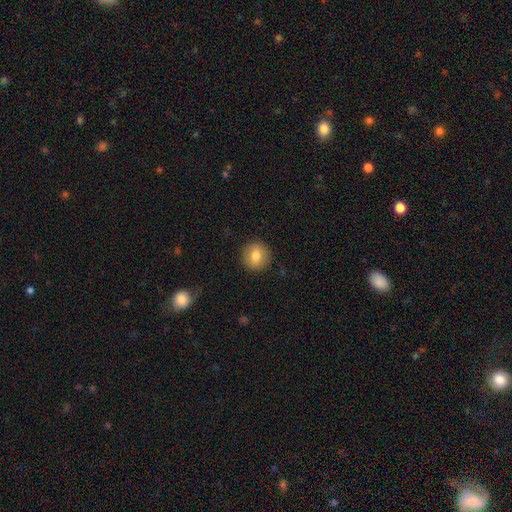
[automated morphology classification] type=smooth (77%); roundness=round (90%); merging=none (90%).